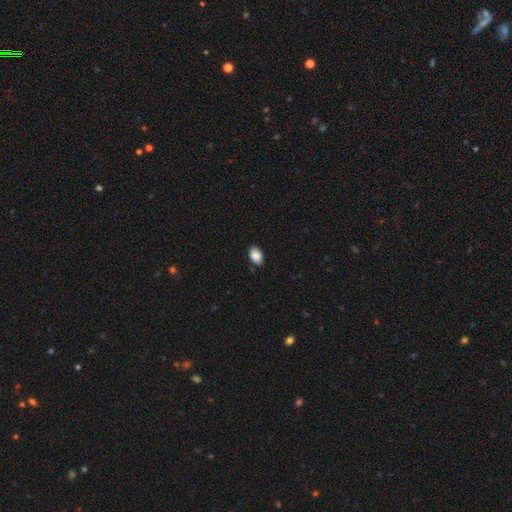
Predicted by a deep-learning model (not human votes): Smooth or featured? Predicted: smooth (p=0.89). How rounded? Predicted: in between (p=0.84). Merging? Predicted: none (p=0.84).